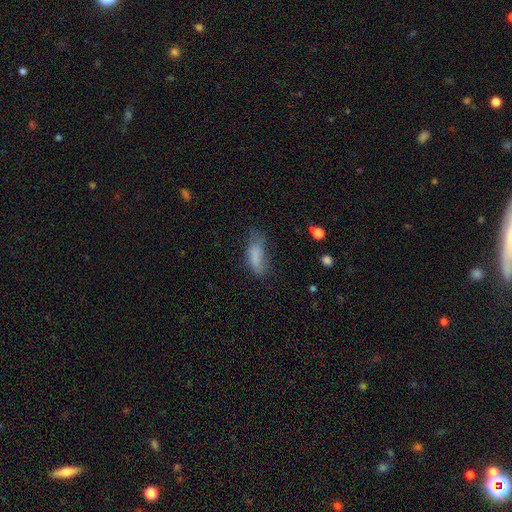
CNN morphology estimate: A smooth galaxy with no disk features (78%) that is in between round and cigar-shaped (74%). Merging: none (48%).